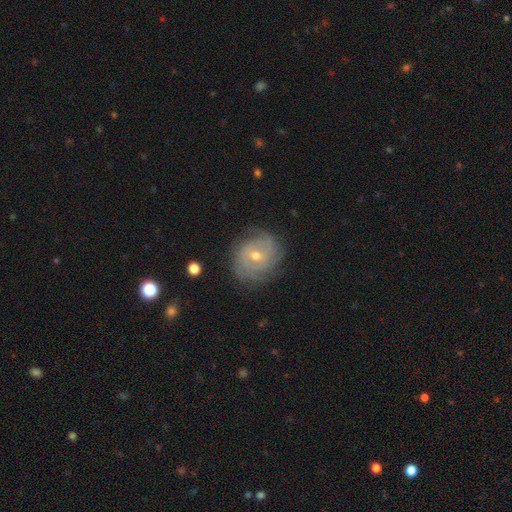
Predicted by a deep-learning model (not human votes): smooth-or-featured: featured or disk: 74% | smooth: 18% | star or artifact: 9%
  disk-edge-on: no: 97% | yes: 3%
    bar: no: 55% | weak: 37% | strong: 8%
    has-spiral-arms: yes: 87% | no: 13%
      spiral-winding: tight: 67% | medium: 24% | loose: 9%
      spiral-arm-count: can't tell: 43% | 2: 26% | 3: 15% | 4: 7% | 1: 5% | more than 4: 5%
    bulge-size: moderate: 51% | small: 46% | large: 1% | none: 1% | dominant: 1%
  merging: none: 78% | minor disturbance: 16% | major disturbance: 5% | merger: 1%